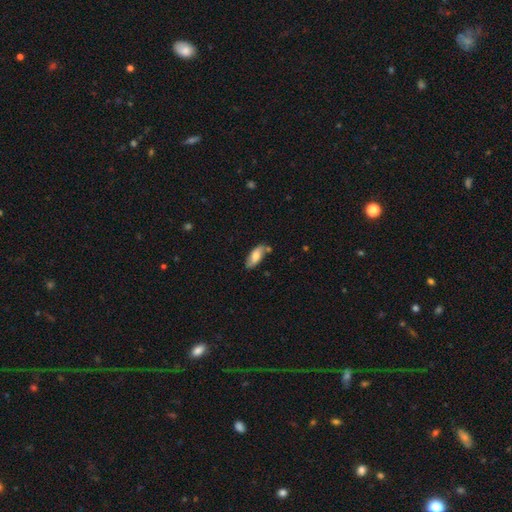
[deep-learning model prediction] Smooth or featured: smooth — 66% (featured or disk — 28%)
How rounded: in between — 82% (cigar-shaped — 16%)
Merging: none — 71% (minor disturbance — 19%)